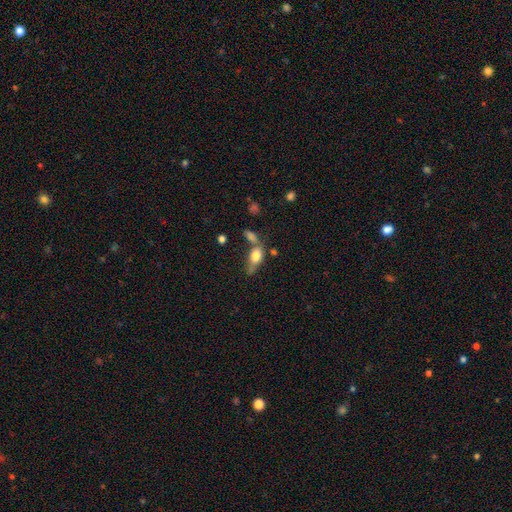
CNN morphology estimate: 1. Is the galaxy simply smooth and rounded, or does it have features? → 70% smooth, 21% featured or disk, 8% star or artifact.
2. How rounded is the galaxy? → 77% in between, 14% cigar-shaped, 9% round.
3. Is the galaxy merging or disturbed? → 36% none, 28% merger, 22% minor disturbance, 14% major disturbance.